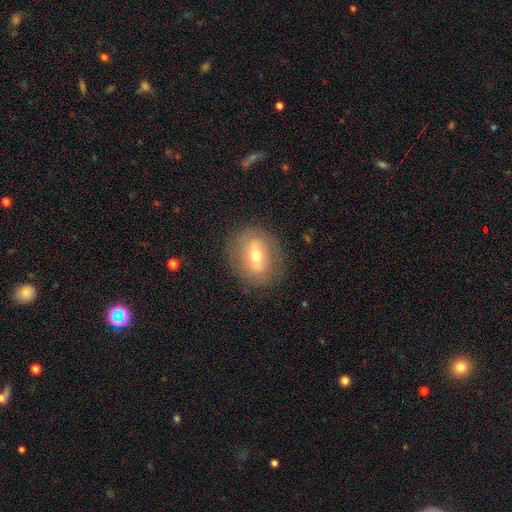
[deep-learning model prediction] Smooth or featured?
  - featured or disk: 50% *
  - smooth: 41%
  - star or artifact: 9%
Edge-on disk?
  - no: 79% *
  - yes: 21%
Merging?
  - none: 82% *
  - minor disturbance: 12%
  - major disturbance: 5%
  - merger: 1%